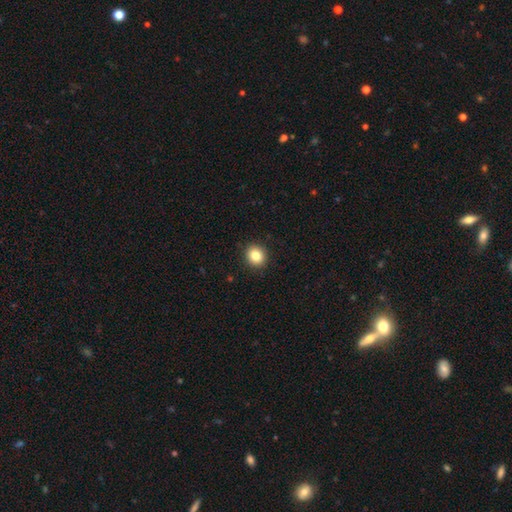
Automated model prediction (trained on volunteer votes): Smooth or featured? Predicted: smooth (p=0.84). How rounded? Predicted: round (p=0.76). Merging? Predicted: none (p=0.91).